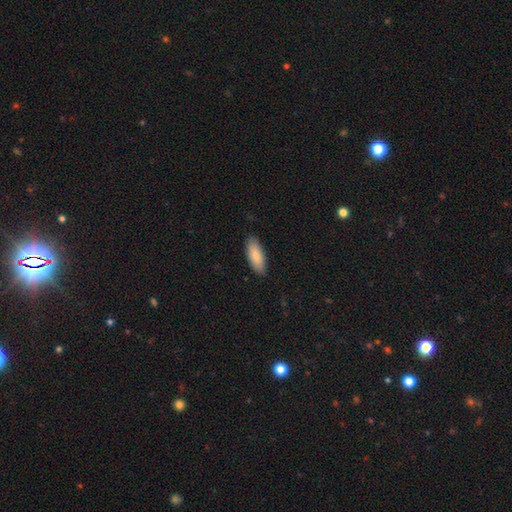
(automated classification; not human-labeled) A smooth galaxy with no disk features (86%) that is in between round and cigar-shaped (76%).

Vote fractions:
- Smooth or featured? smooth: 86% / featured or disk: 8% / star or artifact: 5%
- How rounded? in between: 76% / cigar-shaped: 23% / round: 2%
- Merging? none: 87% / minor disturbance: 11% / major disturbance: 2% / merger: 1%